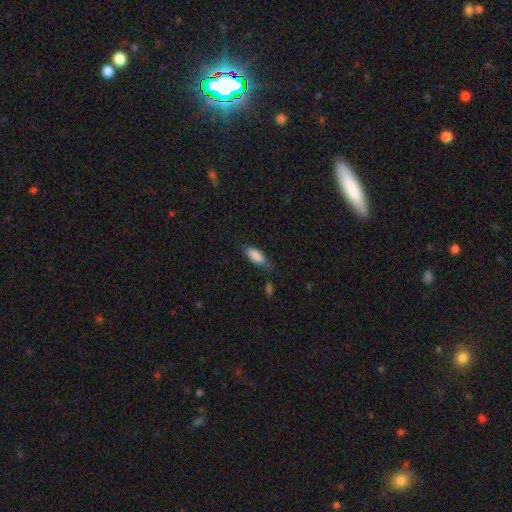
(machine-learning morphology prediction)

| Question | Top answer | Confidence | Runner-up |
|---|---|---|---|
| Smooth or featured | smooth | 86% | featured or disk (7%) |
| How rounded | in between | 76% | cigar-shaped (22%) |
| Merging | none | 59% | minor disturbance (28%) |